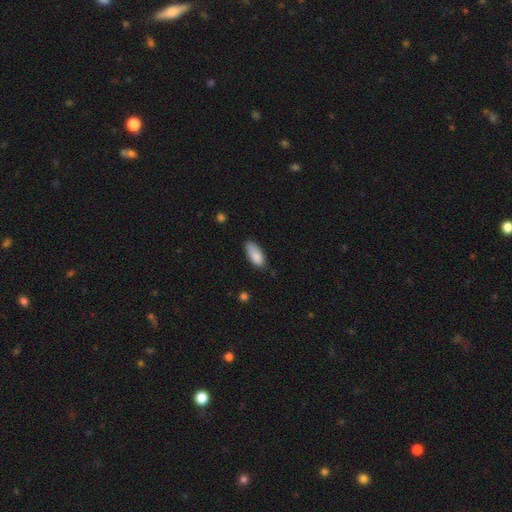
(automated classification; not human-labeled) Smooth or featured?
  - smooth: 86% *
  - featured or disk: 7%
  - star or artifact: 7%
How rounded?
  - in between: 83% *
  - cigar-shaped: 15%
  - round: 2%
Merging?
  - none: 67% *
  - minor disturbance: 26%
  - major disturbance: 4%
  - merger: 2%